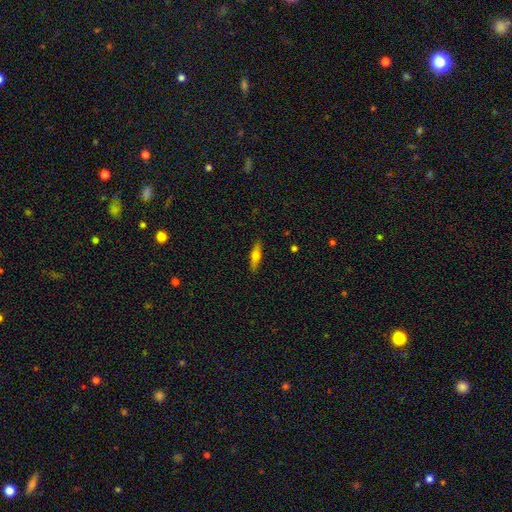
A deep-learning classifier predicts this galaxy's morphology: A smooth galaxy with no disk features (55%) that is cigar-shaped (66%).

Vote fractions:
- Smooth or featured? smooth: 55% / featured or disk: 38% / star or artifact: 7%
- How rounded? cigar-shaped: 66% / in between: 32% / round: 3%
- Merging? none: 89% / minor disturbance: 8% / major disturbance: 2% / merger: 1%